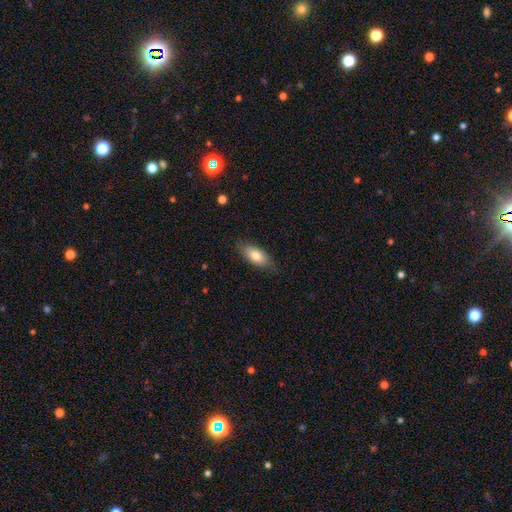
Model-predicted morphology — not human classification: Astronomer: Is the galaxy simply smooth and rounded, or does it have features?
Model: smooth — 76%.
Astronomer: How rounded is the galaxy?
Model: in between — 83%.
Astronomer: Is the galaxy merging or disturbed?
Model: none — 79%.